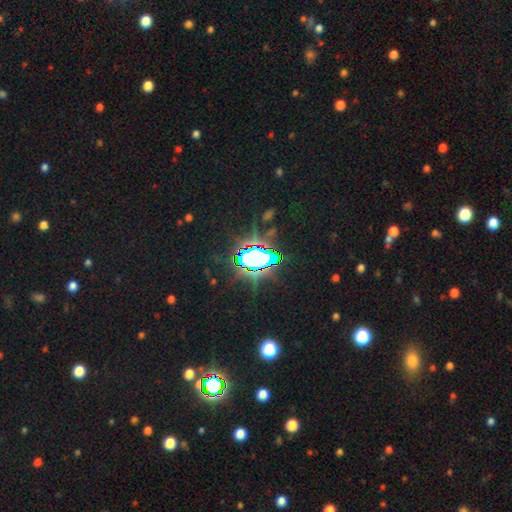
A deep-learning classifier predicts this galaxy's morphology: This is likely a star or artifact rather than a galaxy (74%).